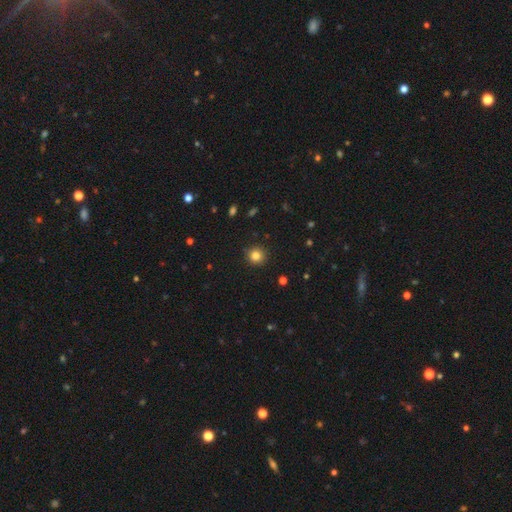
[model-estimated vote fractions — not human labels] Smooth or featured?
  - smooth: 83% *
  - star or artifact: 12%
  - featured or disk: 5%
How rounded?
  - round: 94% *
  - in between: 5%
  - cigar-shaped: 1%
Merging?
  - none: 91% *
  - minor disturbance: 6%
  - major disturbance: 2%
  - merger: 1%